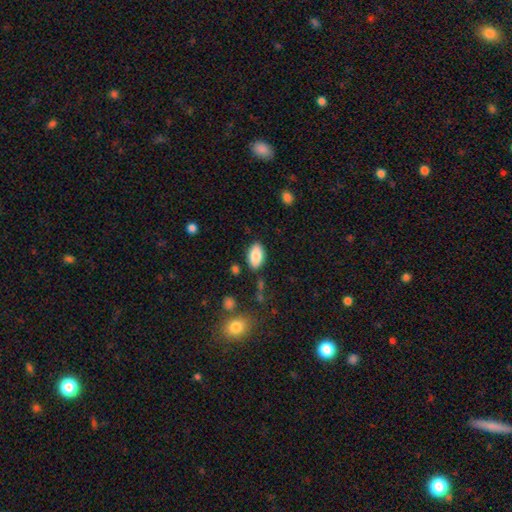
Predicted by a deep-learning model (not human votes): Smooth or featured? smooth (84%)
How rounded? in between (93%)
Merging? none (85%)